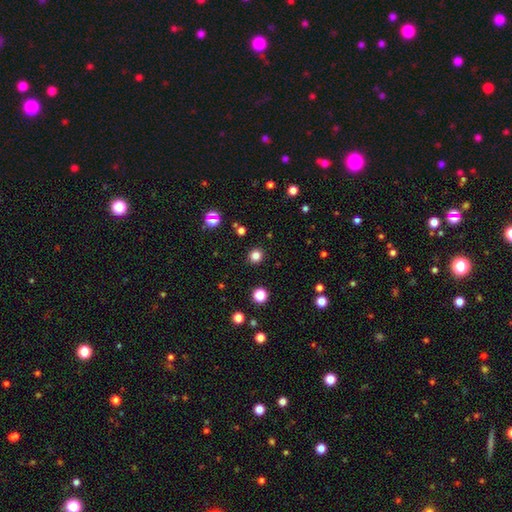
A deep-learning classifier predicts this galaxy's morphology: smooth-or-featured: smooth: 81% | star or artifact: 15% | featured or disk: 4%
  how-rounded: round: 91% | in between: 8% | cigar-shaped: 1%
  merging: none: 92% | minor disturbance: 5% | major disturbance: 2% | merger: 1%